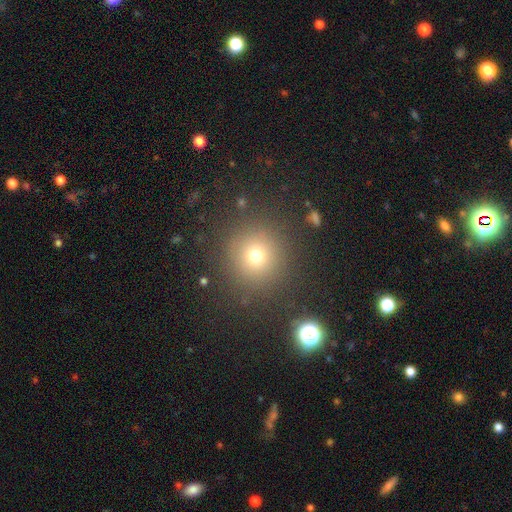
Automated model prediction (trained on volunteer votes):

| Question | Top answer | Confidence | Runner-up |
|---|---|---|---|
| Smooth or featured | smooth | 71% | star or artifact (20%) |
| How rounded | round | 94% | in between (5%) |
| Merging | none | 87% | minor disturbance (7%) |